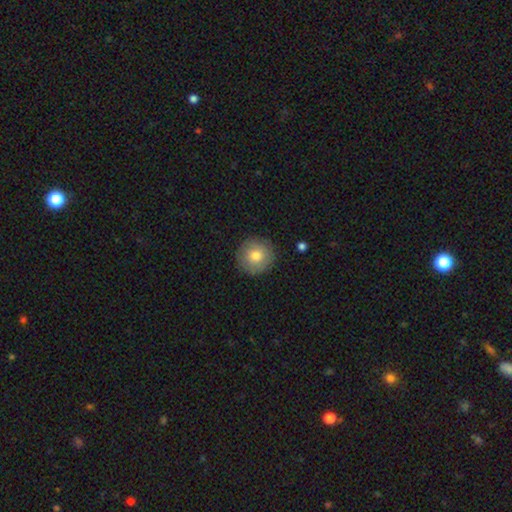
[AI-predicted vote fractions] Morphology: type=smooth (75%); roundness=round (95%); merging=none (88%).